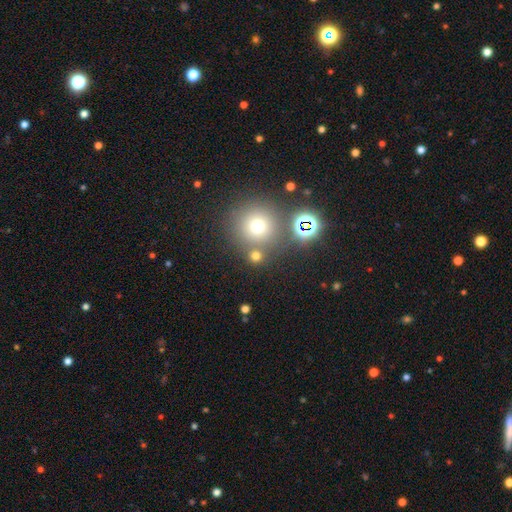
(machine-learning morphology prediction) A smooth galaxy with no disk features (66%) that is round (91%).

Vote fractions:
- Smooth or featured? smooth: 66% / star or artifact: 25% / featured or disk: 9%
- How rounded? round: 91% / in between: 8% / cigar-shaped: 1%
- Merging? none: 72% / merger: 17% / minor disturbance: 8% / major disturbance: 4%